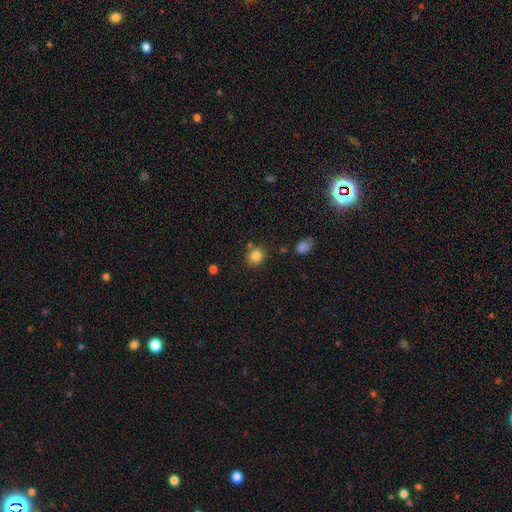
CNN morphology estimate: type=smooth (83%); roundness=round (79%); merging=none (78%).